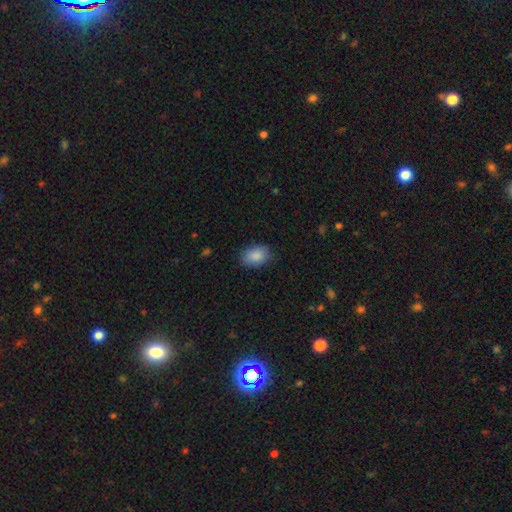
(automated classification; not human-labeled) Smooth or featured?
  - smooth: 88% *
  - star or artifact: 7%
  - featured or disk: 5%
How rounded?
  - in between: 83% *
  - round: 16%
  - cigar-shaped: 1%
Merging?
  - none: 83% *
  - minor disturbance: 13%
  - major disturbance: 3%
  - merger: 1%